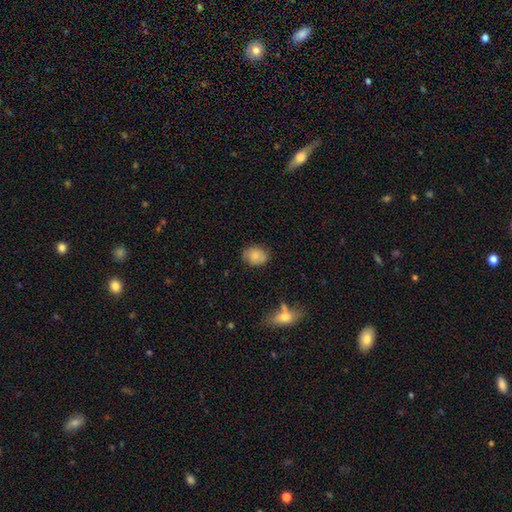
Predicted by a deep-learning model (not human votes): This appears to be a smooth galaxy with no disk features (79%) that is in between round and cigar-shaped (60%). Merging: none (78%).